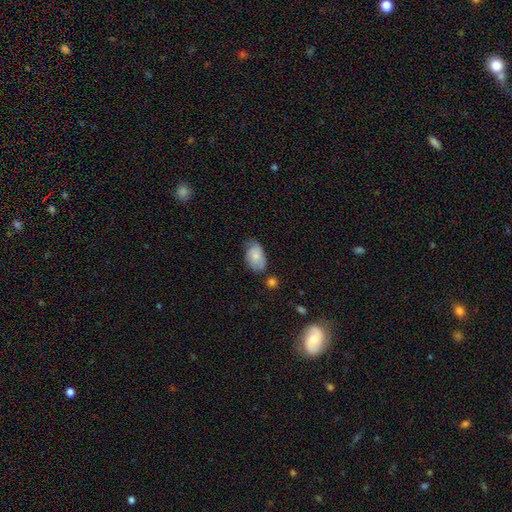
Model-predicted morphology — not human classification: type=smooth (72%); roundness=in between (90%); merging=none (51%).